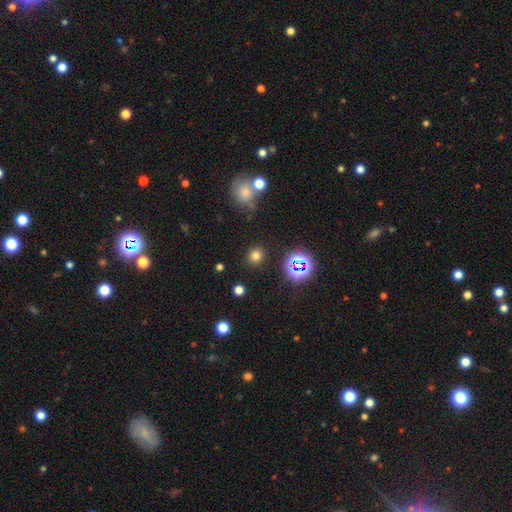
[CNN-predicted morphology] Smooth or featured: smooth — 73% (star or artifact — 21%)
How rounded: round — 85% (in between — 14%)
Merging: none — 87% (minor disturbance — 7%)